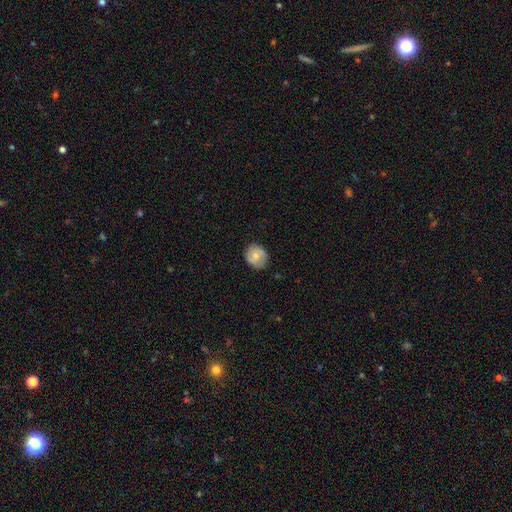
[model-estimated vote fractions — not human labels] Morphology: type=smooth (66%); roundness=round (73%); merging=none (78%).